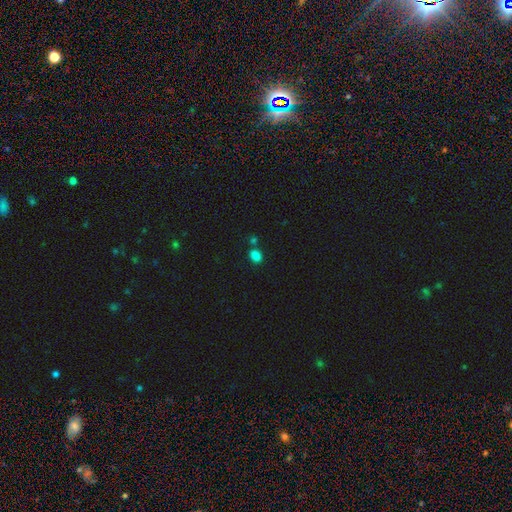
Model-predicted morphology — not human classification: smooth_or_featured: smooth (p=0.82) [alt: star or artifact p=0.14]
how_rounded: in between (p=0.64) [alt: round p=0.35]
merging: none (p=0.66) [alt: merger p=0.19]